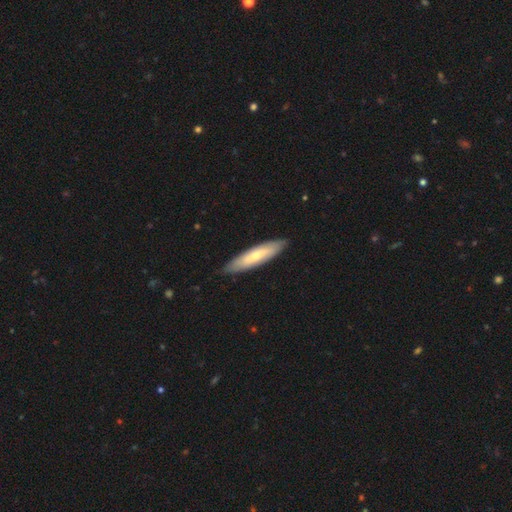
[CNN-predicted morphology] smooth 55%, featured or disk 40%, star or artifact 5%. Down the decision tree: how rounded — cigar-shaped (73%); merging — none (87%).